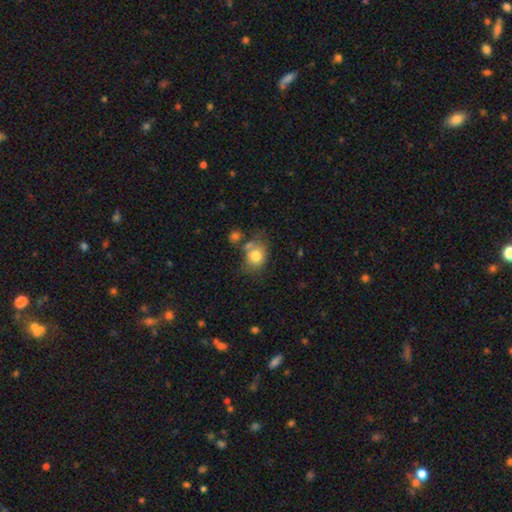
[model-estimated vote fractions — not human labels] A smooth galaxy with no disk features (78%) that is round (54%). Merging: none (52%).